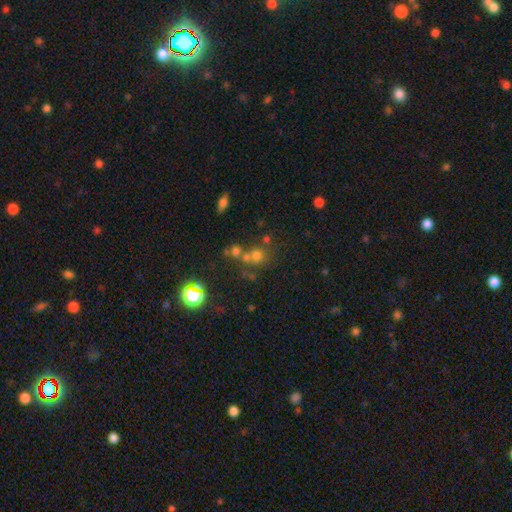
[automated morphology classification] Overall: smooth (50%; star or artifact 34%). How rounded: round (86%). Merging: none (53%; merger 33%).